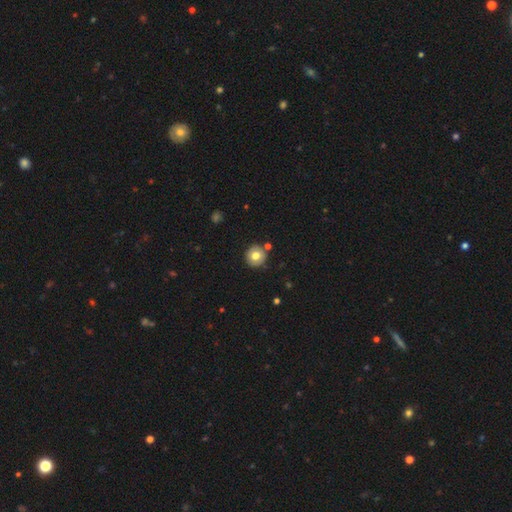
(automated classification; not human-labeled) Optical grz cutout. It shows a smooth galaxy with no disk features (75%) that is round (93%). Merging: none (84%).